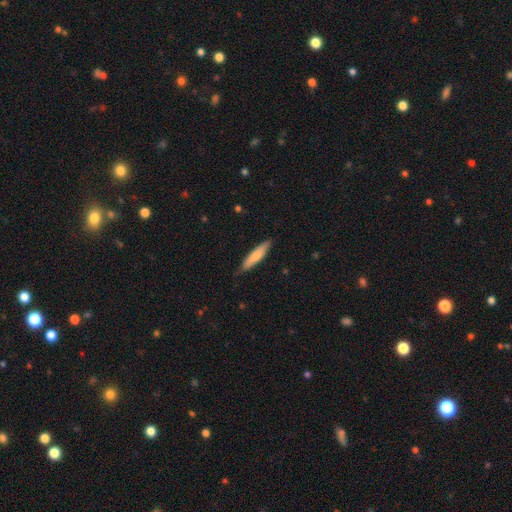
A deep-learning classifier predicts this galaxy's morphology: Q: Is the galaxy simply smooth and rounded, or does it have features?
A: smooth — 72%.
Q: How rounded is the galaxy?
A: cigar-shaped — 81%.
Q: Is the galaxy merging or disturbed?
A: none — 80%.